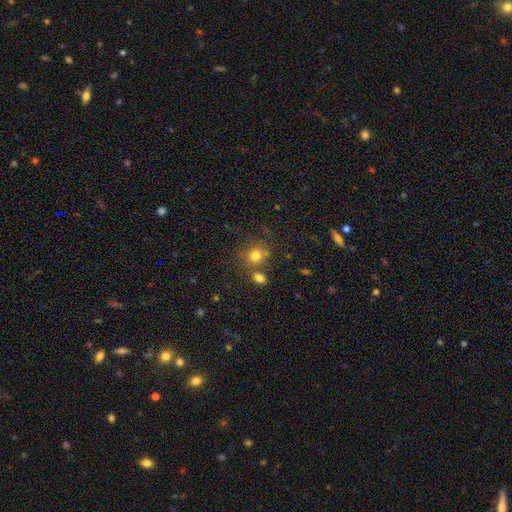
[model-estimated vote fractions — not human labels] Smooth or featured?
  - smooth: 75% *
  - star or artifact: 14%
  - featured or disk: 11%
How rounded?
  - round: 74% *
  - in between: 25%
  - cigar-shaped: 1%
Merging?
  - none: 59% *
  - merger: 23%
  - minor disturbance: 12%
  - major disturbance: 5%